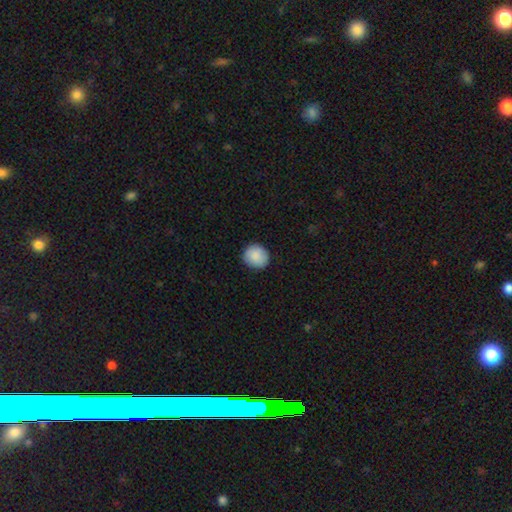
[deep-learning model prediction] A smooth galaxy with no disk features (89%) that is round (86%).

Vote fractions:
- Smooth or featured? smooth: 89% / star or artifact: 6% / featured or disk: 5%
- How rounded? round: 86% / in between: 13% / cigar-shaped: 1%
- Merging? none: 89% / minor disturbance: 9% / major disturbance: 2% / merger: 1%